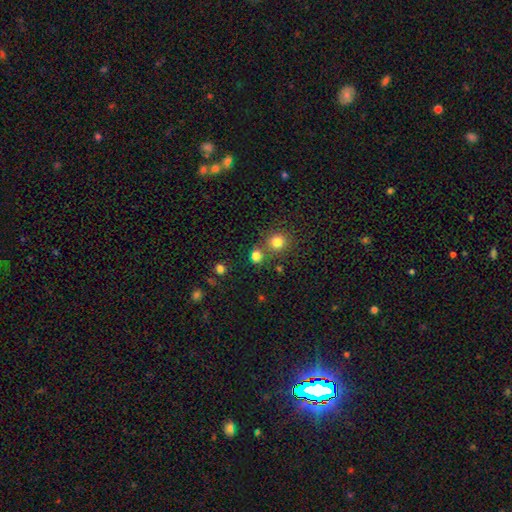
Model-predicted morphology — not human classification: smooth 77%, star or artifact 17%, featured or disk 6%. Down the decision tree: how rounded — round (77%); merging — none (67%).